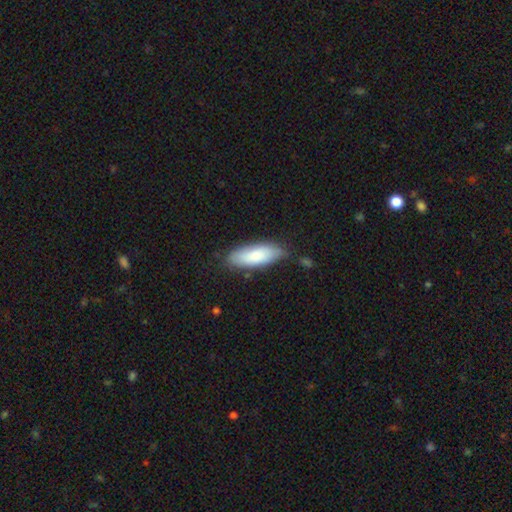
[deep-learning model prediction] Smooth or featured?
  - smooth: 79% *
  - featured or disk: 15%
  - star or artifact: 6%
How rounded?
  - in between: 72% *
  - cigar-shaped: 26%
  - round: 2%
Merging?
  - none: 75% *
  - minor disturbance: 18%
  - major disturbance: 3%
  - merger: 3%